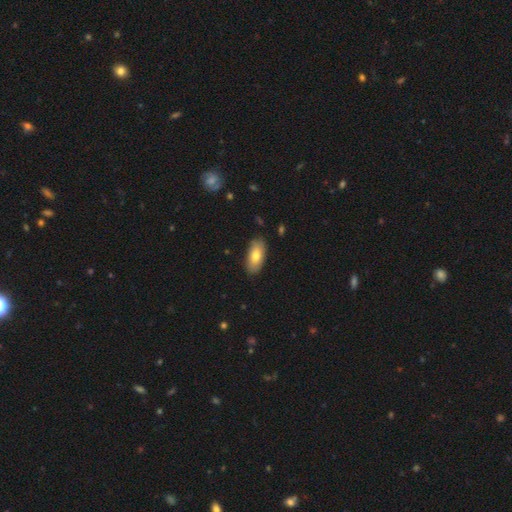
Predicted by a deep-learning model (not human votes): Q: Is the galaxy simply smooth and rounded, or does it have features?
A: smooth — 76%.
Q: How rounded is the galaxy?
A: in between — 90%.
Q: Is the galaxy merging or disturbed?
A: none — 85%.